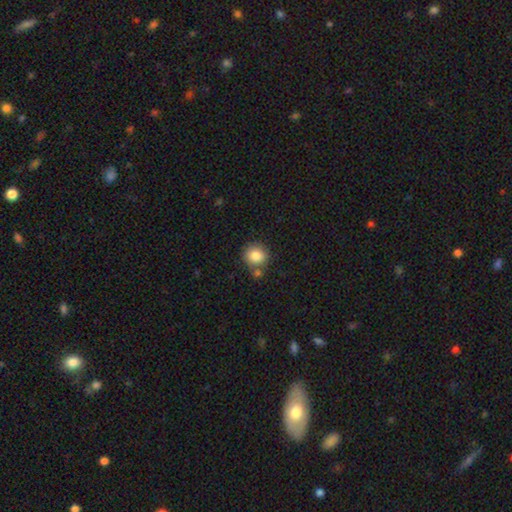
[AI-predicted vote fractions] A smooth galaxy with no disk features (84%) that is round (87%).

Vote fractions:
- Smooth or featured? smooth: 84% / star or artifact: 9% / featured or disk: 7%
- How rounded? round: 87% / in between: 12% / cigar-shaped: 1%
- Merging? none: 72% / merger: 13% / minor disturbance: 11% / major disturbance: 3%